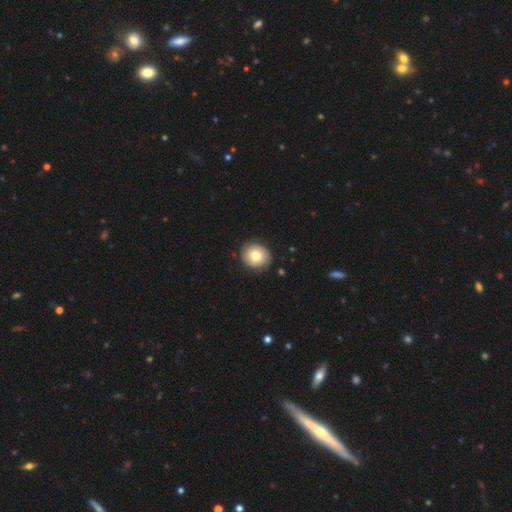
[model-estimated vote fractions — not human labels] Smooth or featured?
  - smooth: 66% *
  - featured or disk: 26%
  - star or artifact: 7%
How rounded?
  - round: 83% *
  - in between: 16%
  - cigar-shaped: 1%
Merging?
  - none: 86% *
  - minor disturbance: 10%
  - major disturbance: 3%
  - merger: 1%